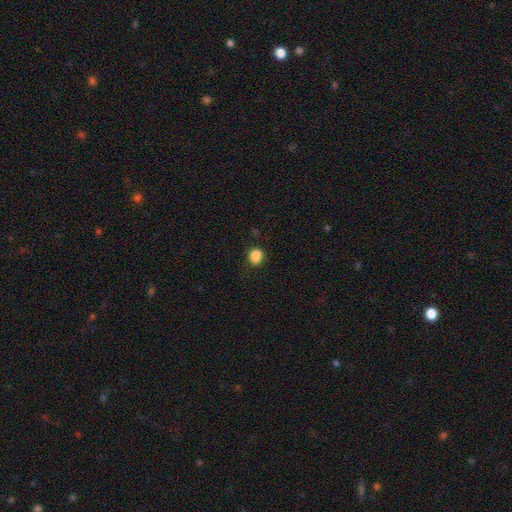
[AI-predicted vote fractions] A smooth galaxy with no disk features (86%) that is round (58%).

Vote fractions:
- Smooth or featured? smooth: 86% / star or artifact: 11% / featured or disk: 4%
- How rounded? round: 58% / in between: 41% / cigar-shaped: 1%
- Merging? none: 75% / minor disturbance: 18% / major disturbance: 4% / merger: 3%